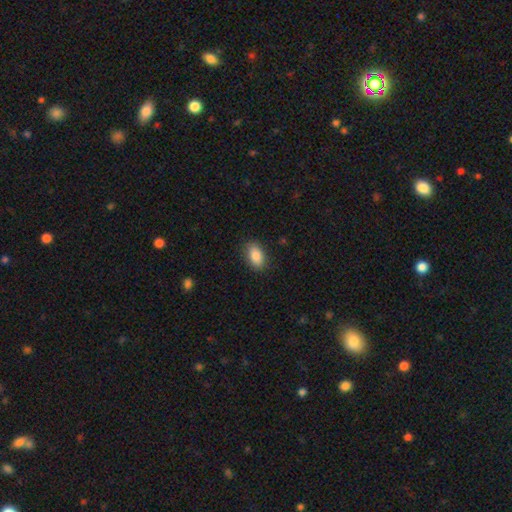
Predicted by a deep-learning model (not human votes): This appears to be a smooth galaxy with no disk features (87%) that is in between round and cigar-shaped (91%). Merging: none (86%).